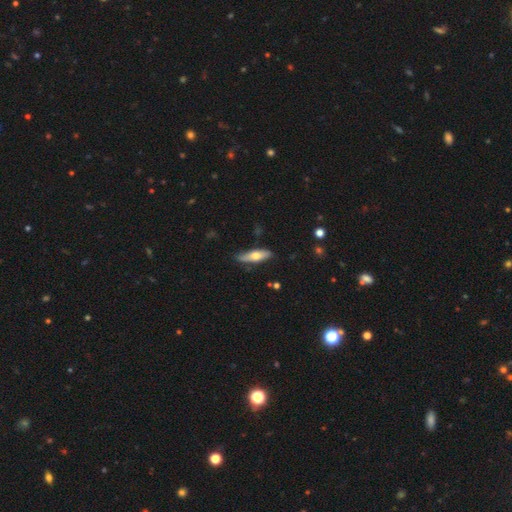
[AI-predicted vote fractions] Smooth or featured?
  - smooth: 59% *
  - featured or disk: 36%
  - star or artifact: 6%
How rounded?
  - cigar-shaped: 57% *
  - in between: 41%
  - round: 2%
Merging?
  - none: 80% *
  - minor disturbance: 16%
  - major disturbance: 3%
  - merger: 2%